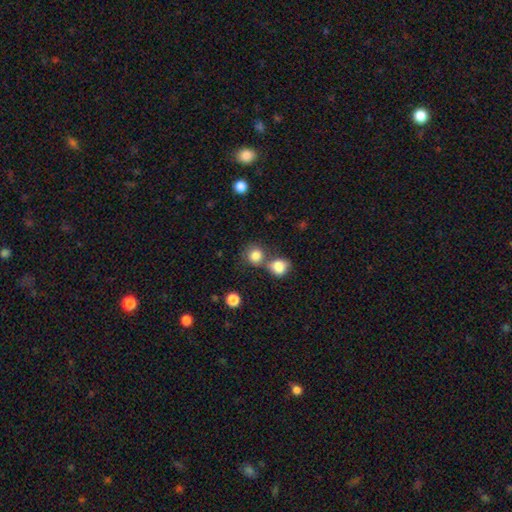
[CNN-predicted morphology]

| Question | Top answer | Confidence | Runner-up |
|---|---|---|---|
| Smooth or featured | smooth | 84% | star or artifact (10%) |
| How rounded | round | 83% | in between (16%) |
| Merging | none | 53% | merger (33%) |